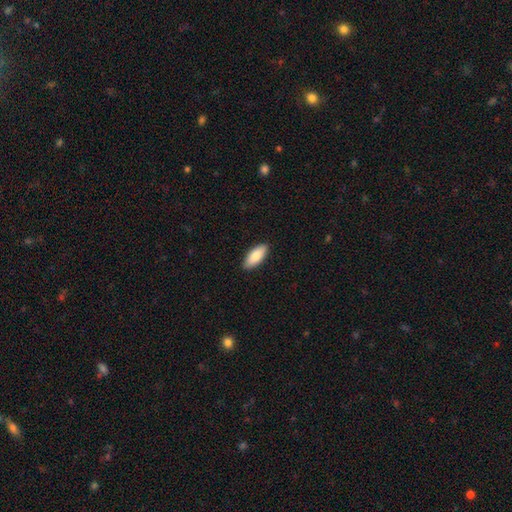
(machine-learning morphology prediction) smooth 85%, featured or disk 9%, star or artifact 5%. Down the decision tree: how rounded — in between (81%); merging — none (90%).